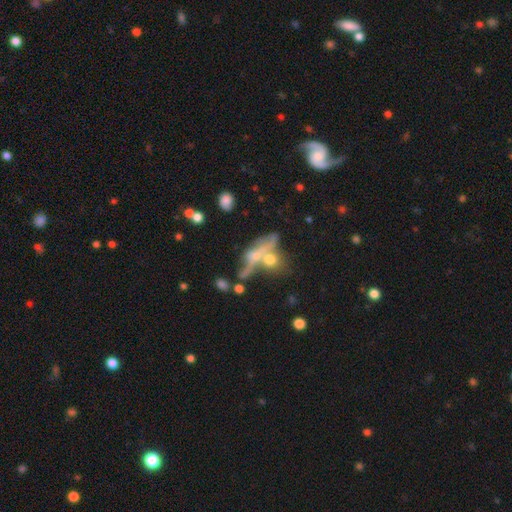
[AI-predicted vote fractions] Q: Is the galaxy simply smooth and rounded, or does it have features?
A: featured or disk — 48%.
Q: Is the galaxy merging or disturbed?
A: merger — 42%.